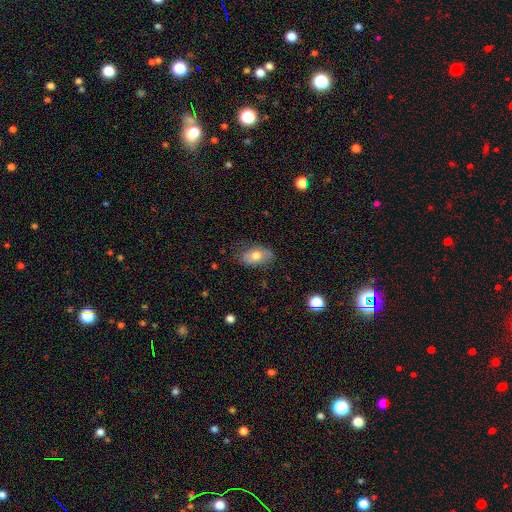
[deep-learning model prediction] This is likely a smooth galaxy (72%). How rounded: clearly in between (90%). Merging: likely none (73%).